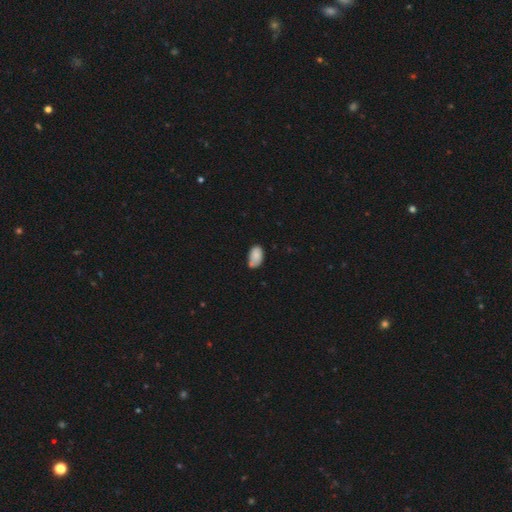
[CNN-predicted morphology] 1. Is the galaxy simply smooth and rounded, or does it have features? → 84% smooth, 8% featured or disk, 8% star or artifact.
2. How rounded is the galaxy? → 93% in between, 6% round, 2% cigar-shaped.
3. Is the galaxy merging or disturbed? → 58% none, 31% minor disturbance, 6% major disturbance, 5% merger.